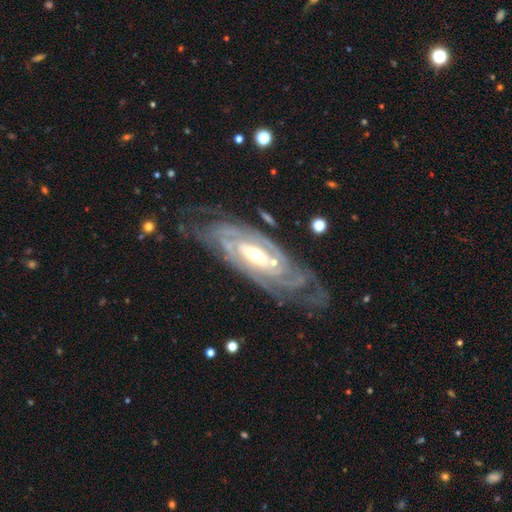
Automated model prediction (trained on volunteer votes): Q: Smooth or featured?
A: featured or disk (90%); runner-up: smooth (5%)
Q: Edge-on disk?
A: no (90%); runner-up: yes (10%)
Q: Bar?
A: no (47%); runner-up: weak (31%)
Q: Spiral arms?
A: yes (97%); runner-up: no (3%)
Q: Spiral winding?
A: tight (75%); runner-up: medium (21%)
Q: Spiral arm count?
A: can't tell (32%); runner-up: 2 (20%)
Q: Bulge size?
A: moderate (55%); runner-up: small (37%)
Q: Merging?
A: none (71%); runner-up: minor disturbance (18%)